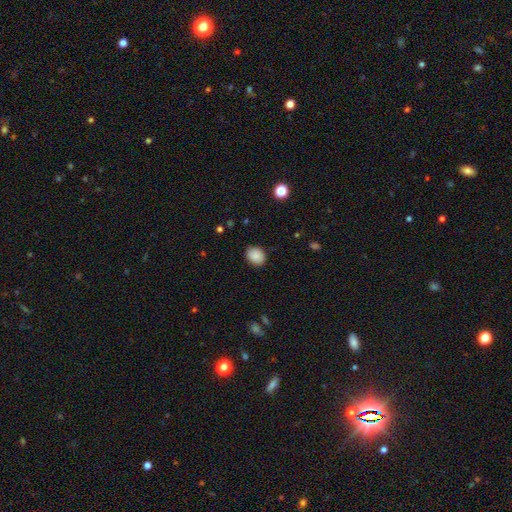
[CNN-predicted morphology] This is clearly a smooth galaxy (89%). How rounded: possibly in between (51%). Merging: clearly none (87%).